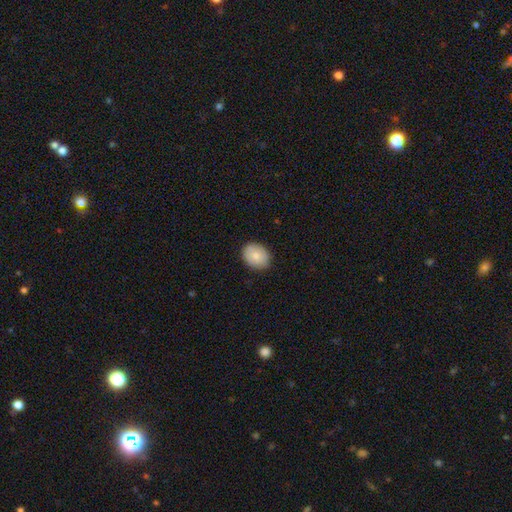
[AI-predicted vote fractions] Overall: smooth (82%). How rounded: in between (58%; round 42%). Merging: none (88%).